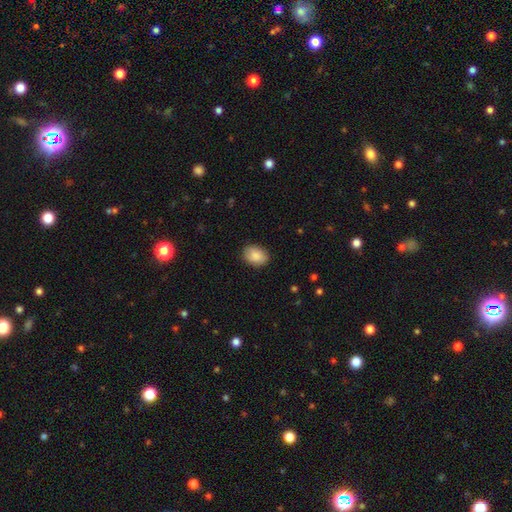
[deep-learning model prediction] A smooth galaxy with no disk features (88%) that is in between round and cigar-shaped (77%). Merging: none (86%).